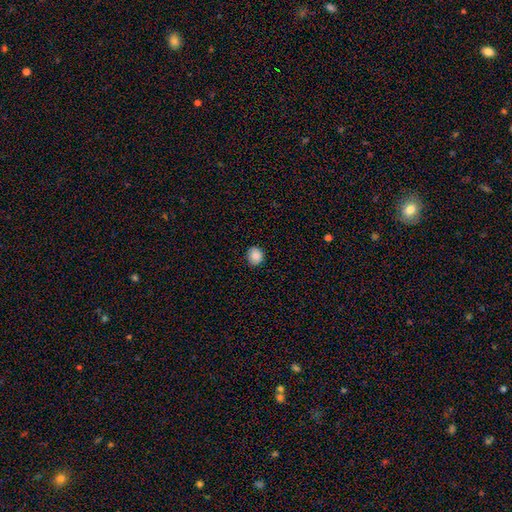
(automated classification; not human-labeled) smooth 86%, star or artifact 9%, featured or disk 5%. Down the decision tree: how rounded — round (80%); merging — none (87%).